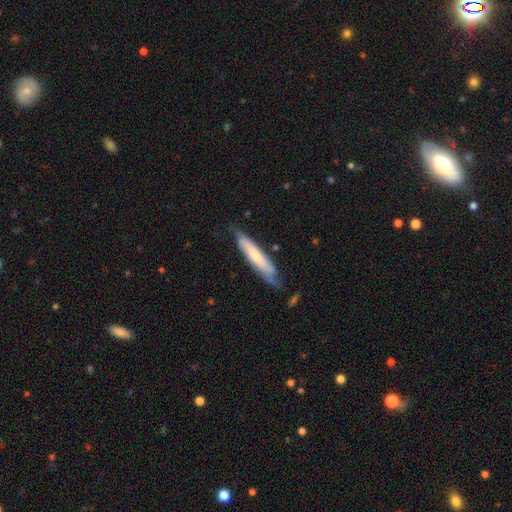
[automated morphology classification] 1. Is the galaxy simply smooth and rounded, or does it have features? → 51% featured or disk, 44% smooth, 6% star or artifact.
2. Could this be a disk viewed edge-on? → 58% yes, 42% no.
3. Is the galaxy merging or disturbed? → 64% none, 25% minor disturbance, 9% major disturbance, 2% merger.